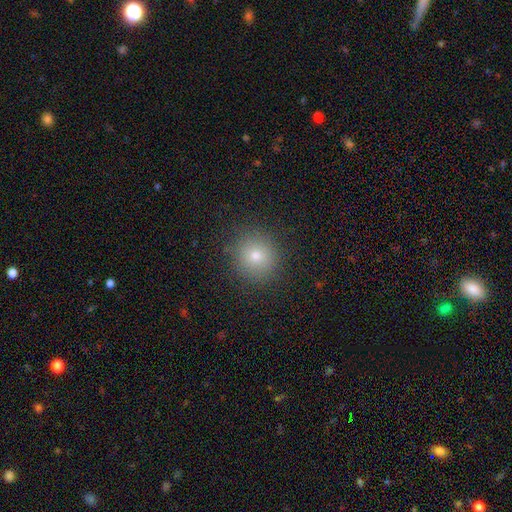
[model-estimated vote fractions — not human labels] smooth_or_featured: smooth (p=0.76) [alt: star or artifact p=0.15]
how_rounded: round (p=0.91) [alt: in between p=0.08]
merging: none (p=0.89) [alt: minor disturbance p=0.07]